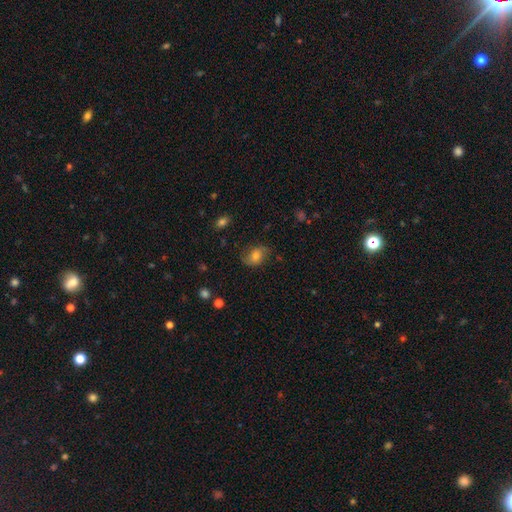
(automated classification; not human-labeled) Smooth or featured?
  - smooth: 55% *
  - featured or disk: 35%
  - star or artifact: 10%
How rounded?
  - in between: 69% *
  - round: 29%
  - cigar-shaped: 2%
Merging?
  - none: 69% *
  - minor disturbance: 21%
  - major disturbance: 8%
  - merger: 1%